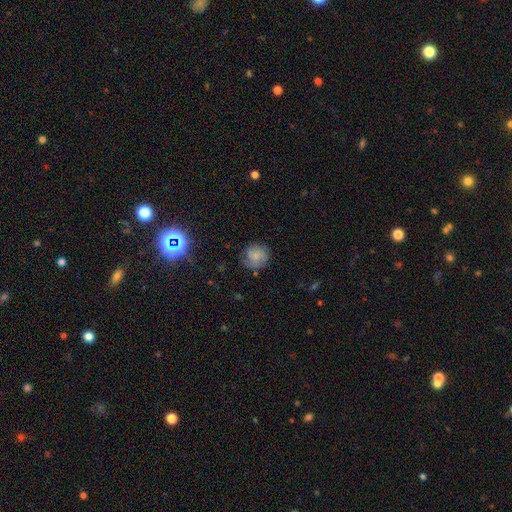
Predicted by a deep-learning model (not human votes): Smooth or featured? Predicted: smooth (p=0.52). How rounded? Predicted: round (p=0.84). Merging? Predicted: none (p=0.71).